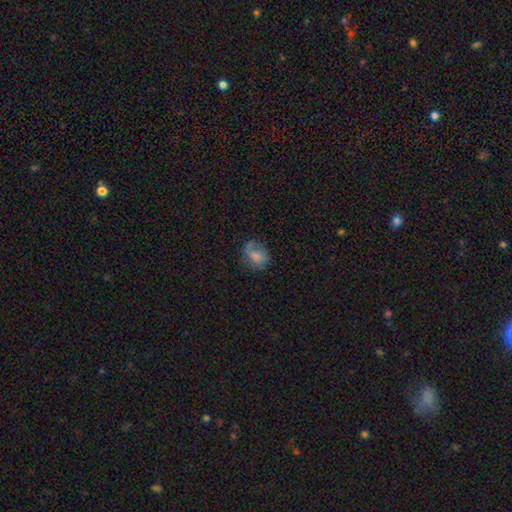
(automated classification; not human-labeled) Smooth or featured? smooth (65%)
How rounded? round (53%)
Merging? none (55%)